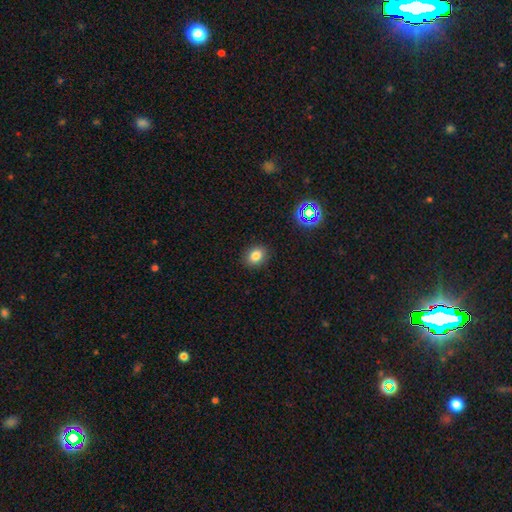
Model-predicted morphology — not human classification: Overall: smooth (83%). How rounded: in between (57%; round 42%). Merging: none (89%).